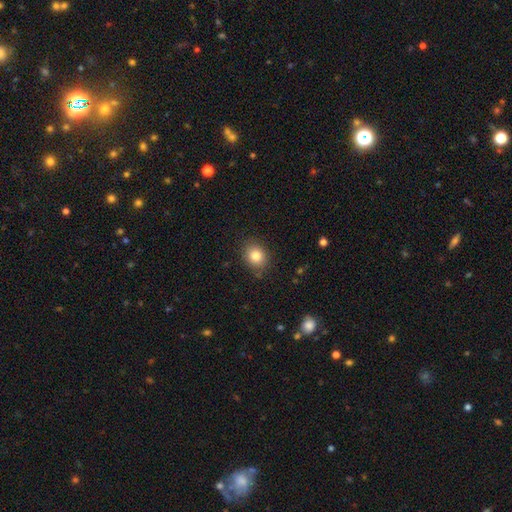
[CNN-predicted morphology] A smooth galaxy with no disk features (82%) that is round (65%).

Vote fractions:
- Smooth or featured? smooth: 82% / star or artifact: 10% / featured or disk: 8%
- How rounded? round: 65% / in between: 34% / cigar-shaped: 1%
- Merging? none: 83% / minor disturbance: 12% / major disturbance: 3% / merger: 1%